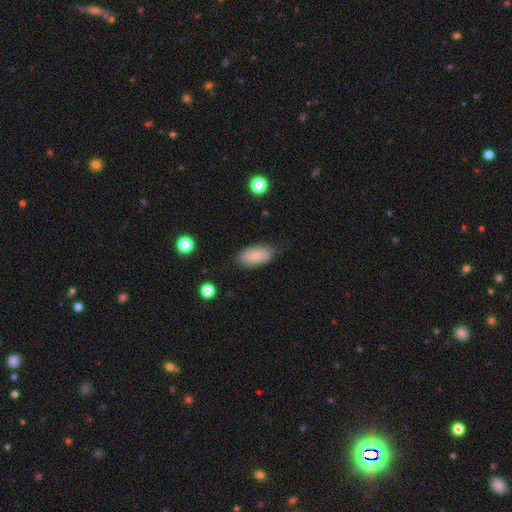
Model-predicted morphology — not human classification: Smooth or featured? smooth (60%)
How rounded? in between (92%)
Merging? none (77%)